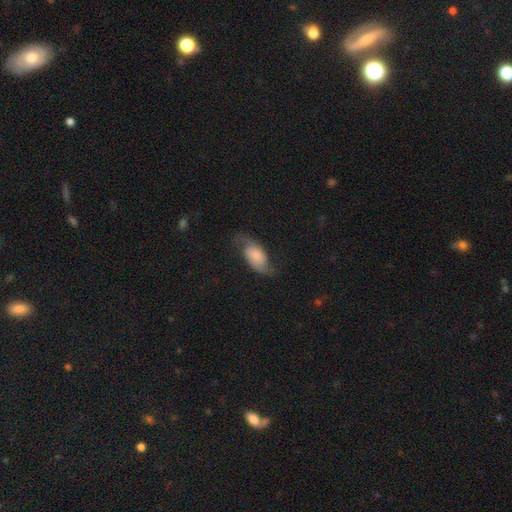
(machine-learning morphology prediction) A featured or disk galaxy (63%) with no bar (63%), 2 (90%) loose (56%) spiral arms (92%) and a small central bulge (32%, tied with moderate).

Vote fractions:
- Smooth or featured? featured or disk: 63% / smooth: 30% / star or artifact: 7%
- Edge-on disk? no: 94% / yes: 6%
- Bar? no: 63% / weak: 30% / strong: 7%
- Spiral arms? yes: 92% / no: 8%
- Spiral winding? loose: 56% / medium: 33% / tight: 11%
- Spiral arm count? 2: 90% / can't tell: 5% / 1: 3% / 3: 1% / 4: 1% / more than 4: 1%
- Bulge size? small: 32% (tied) / moderate: 32% (tied) / large: 17% / none: 14% / dominant: 5%
- Merging? none: 64% / minor disturbance: 21% / major disturbance: 13% / merger: 2%